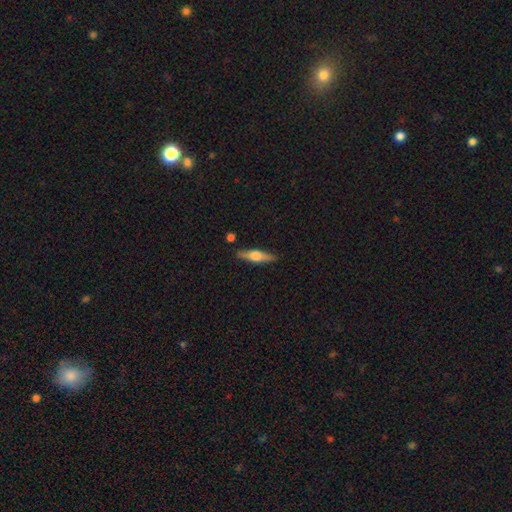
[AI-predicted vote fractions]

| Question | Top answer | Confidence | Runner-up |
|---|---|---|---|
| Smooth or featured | featured or disk | 53% | smooth (41%) |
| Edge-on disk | yes | 94% | no (6%) |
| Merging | none | 87% | minor disturbance (9%) |